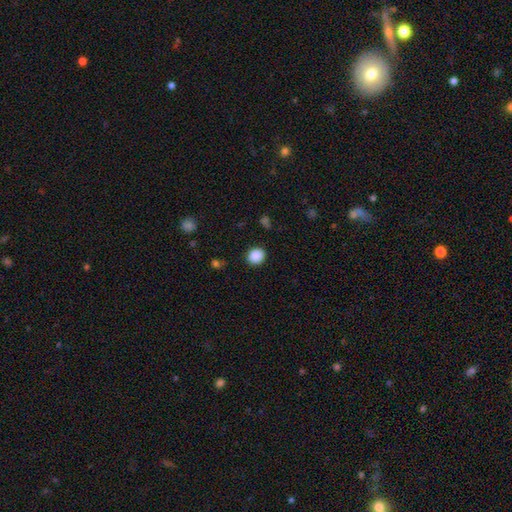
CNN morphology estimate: smooth_or_featured: smooth (p=0.88) [alt: star or artifact p=0.09]
how_rounded: round (p=0.76) [alt: in between p=0.23]
merging: none (p=0.88) [alt: minor disturbance p=0.08]